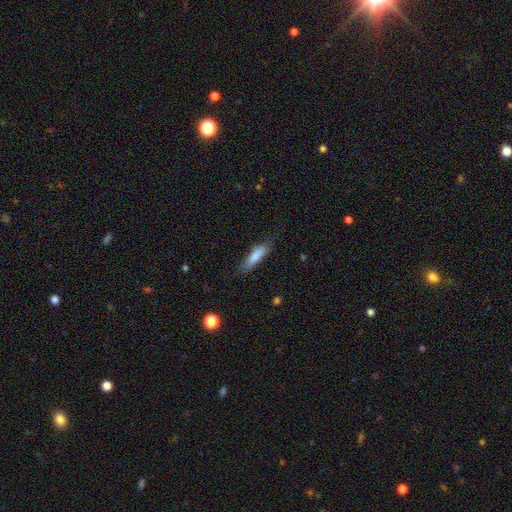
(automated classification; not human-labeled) A smooth galaxy with no disk features (80%) that is cigar-shaped (74%).

Vote fractions:
- Smooth or featured? smooth: 80% / featured or disk: 14% / star or artifact: 6%
- How rounded? cigar-shaped: 74% / in between: 25% / round: 1%
- Merging? none: 77% / minor disturbance: 17% / major disturbance: 4% / merger: 1%